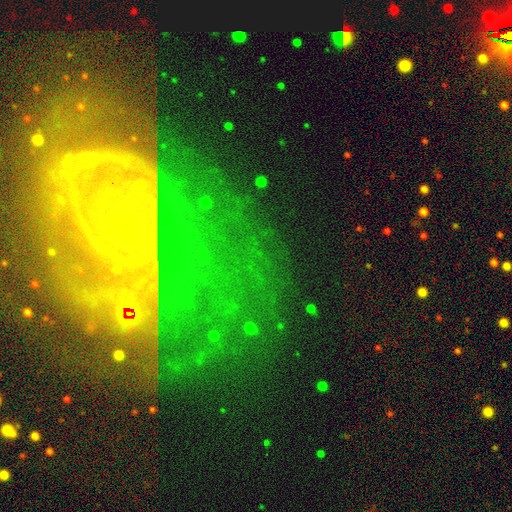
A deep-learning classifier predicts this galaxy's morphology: Overall: featured or disk (69%). Edge-on disk: no (93%). Bar: no (61%; weak 22%). Spiral arms: yes (86%). Spiral arm count: can't tell (28%; 2 24%). Spiral winding: tight (71%). Bulge size: small (79%). Merging: none (62%).